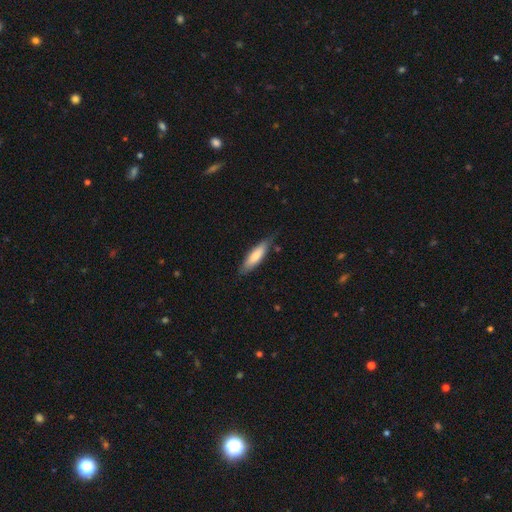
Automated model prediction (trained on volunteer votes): Smooth or featured?
  - smooth: 77% *
  - featured or disk: 18%
  - star or artifact: 5%
How rounded?
  - cigar-shaped: 62% *
  - in between: 37%
  - round: 1%
Merging?
  - none: 75% *
  - minor disturbance: 20%
  - major disturbance: 3%
  - merger: 2%